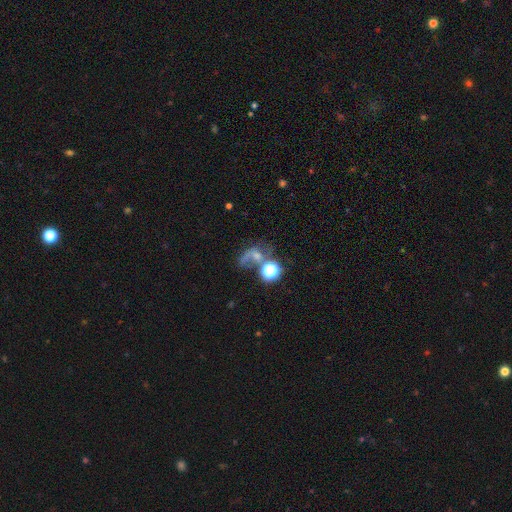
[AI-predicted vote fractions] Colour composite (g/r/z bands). It shows a featured or disk galaxy (36%). Merging: none (35%).